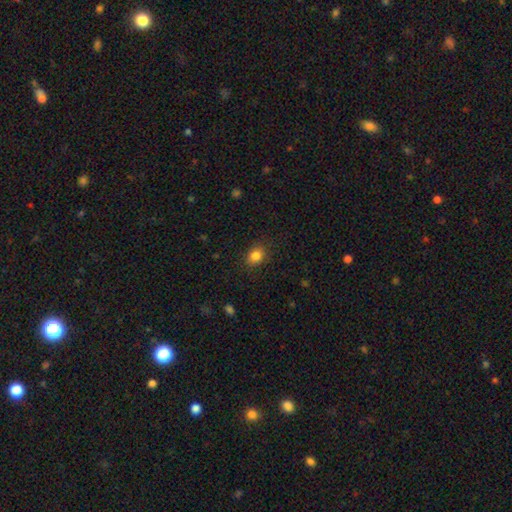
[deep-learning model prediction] A smooth galaxy with no disk features (85%) that is in between round and cigar-shaped (57%).

Vote fractions:
- Smooth or featured? smooth: 85% / star or artifact: 10% / featured or disk: 5%
- How rounded? in between: 57% / round: 42% / cigar-shaped: 1%
- Merging? none: 83% / minor disturbance: 12% / major disturbance: 3% / merger: 1%